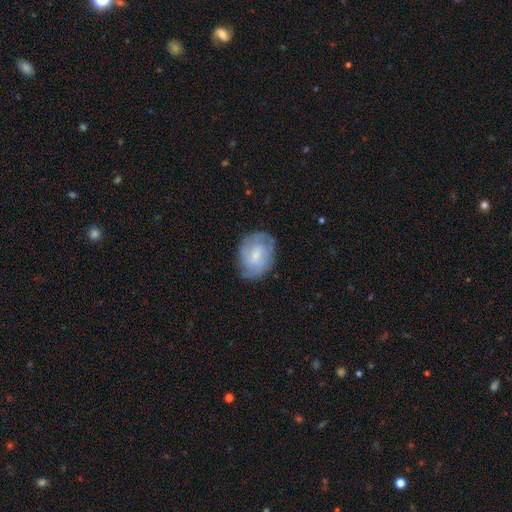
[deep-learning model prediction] A featured or disk galaxy (61%) with a weak bar (49%), can't tell (38%, tied with 2) tight (48%) spiral arms (86%) and a small central bulge (59%). Merging: none (72%).